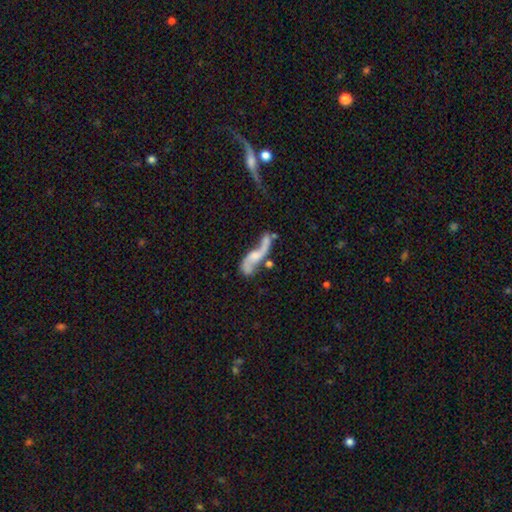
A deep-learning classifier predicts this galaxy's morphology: smooth-or-featured: featured or disk: 73% | smooth: 19% | star or artifact: 8%
  disk-edge-on: no: 86% | yes: 14%
    bar: no: 59% | weak: 31% | strong: 10%
    has-spiral-arms: yes: 86% | no: 14%
      spiral-winding: loose: 84% | medium: 12% | tight: 4%
      spiral-arm-count: 2: 85% | 1: 8% | can't tell: 4% | 3: 1% | 4: 1% | more than 4: 1%
    bulge-size: small: 38% | moderate: 31% | none: 25% | large: 4% | dominant: 2%
  merging: none: 38% | major disturbance: 22% | minor disturbance: 20% | merger: 19%